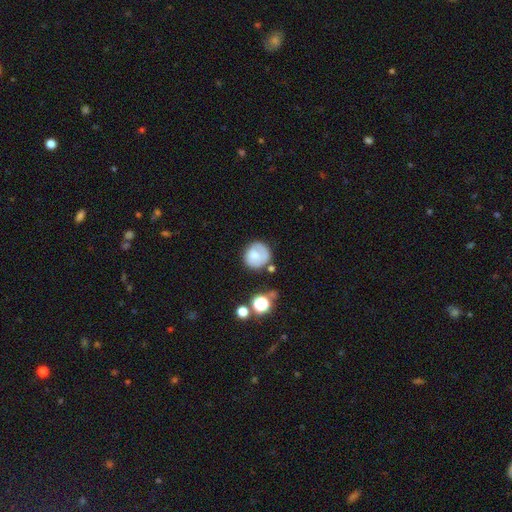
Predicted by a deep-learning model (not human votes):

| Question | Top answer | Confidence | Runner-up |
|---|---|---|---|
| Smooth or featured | smooth | 68% | featured or disk (24%) |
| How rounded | round | 86% | in between (13%) |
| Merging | none | 63% | minor disturbance (22%) |